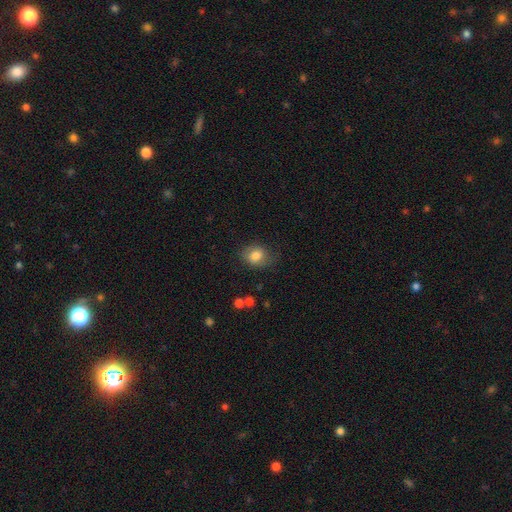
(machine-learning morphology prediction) Overall: smooth (80%). How rounded: round (51%; in between 49%). Merging: none (65%).